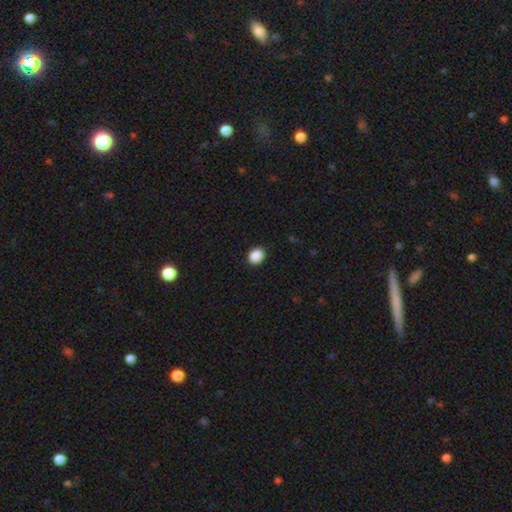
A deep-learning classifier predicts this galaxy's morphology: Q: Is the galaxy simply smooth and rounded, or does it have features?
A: smooth — 89%.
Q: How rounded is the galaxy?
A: round — 53%.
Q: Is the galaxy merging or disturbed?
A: none — 90%.